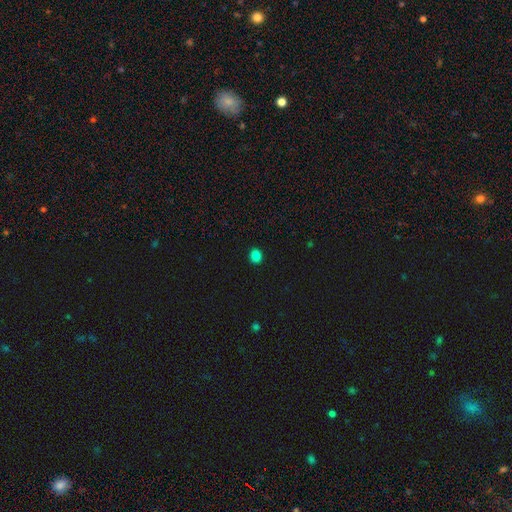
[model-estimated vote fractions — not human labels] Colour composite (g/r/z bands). It shows a smooth galaxy with no disk features (85%) that is round (69%). Merging: none (92%).